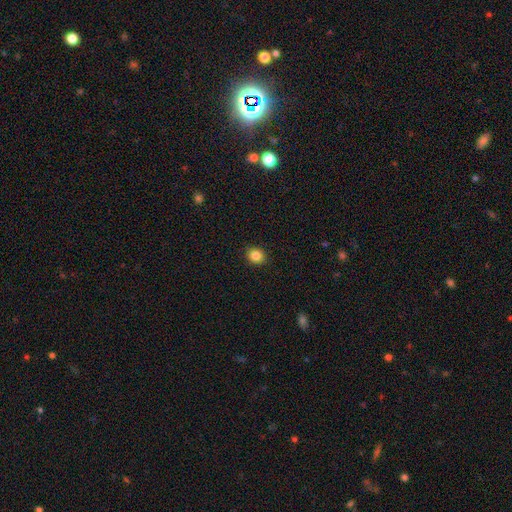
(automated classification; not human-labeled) Smooth or featured? Predicted: smooth (p=0.85). How rounded? Predicted: round (p=0.75). Merging? Predicted: none (p=0.91).